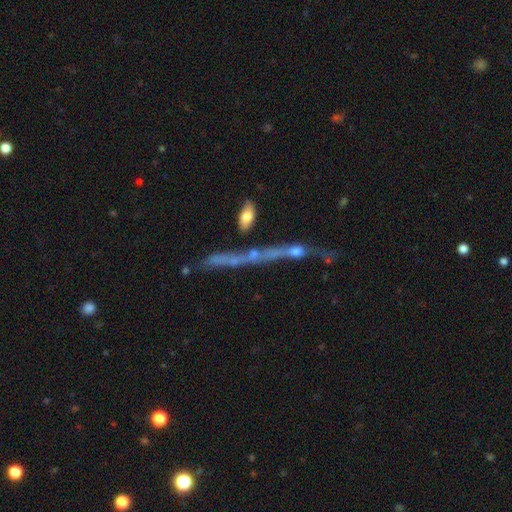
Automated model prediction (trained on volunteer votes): This is possibly a featured or disk galaxy (47%). Merging: likely none (64%).